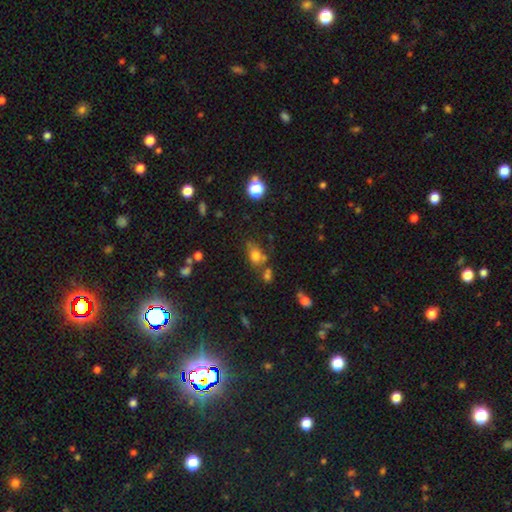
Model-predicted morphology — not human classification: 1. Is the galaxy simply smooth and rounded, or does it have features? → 73% smooth, 16% star or artifact, 11% featured or disk.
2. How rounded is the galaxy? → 74% in between, 23% round, 3% cigar-shaped.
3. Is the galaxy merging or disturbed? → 50% none, 21% minor disturbance, 19% merger, 10% major disturbance.